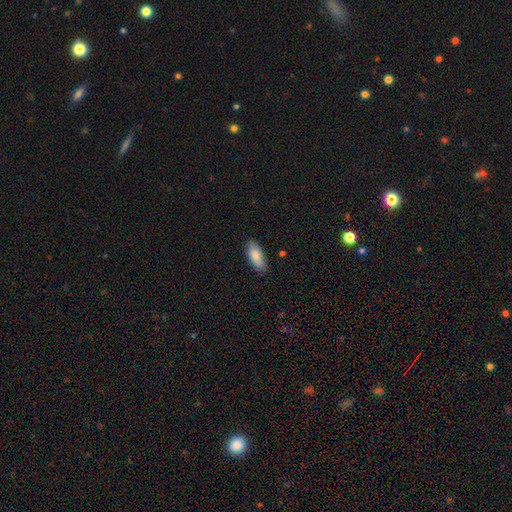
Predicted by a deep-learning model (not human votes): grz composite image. It shows a smooth galaxy with no disk features (84%) that is in between round and cigar-shaped (84%). Merging: none (83%).